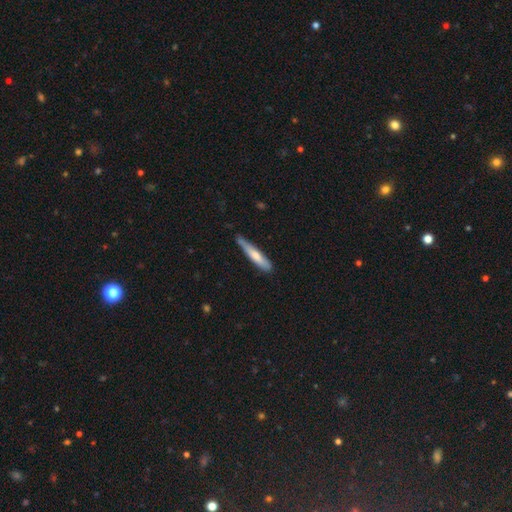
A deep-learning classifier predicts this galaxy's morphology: Q: Smooth or featured?
A: smooth (66%); runner-up: featured or disk (29%)
Q: How rounded?
A: cigar-shaped (90%); runner-up: in between (9%)
Q: Merging?
A: none (65%); runner-up: minor disturbance (28%)